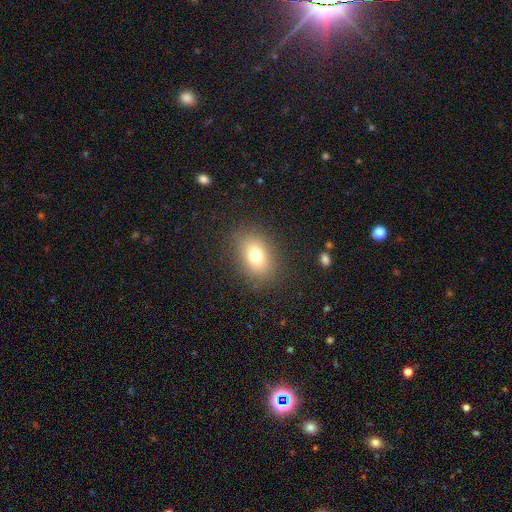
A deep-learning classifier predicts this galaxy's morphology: smooth_or_featured: smooth (p=0.77) [alt: star or artifact p=0.12]
how_rounded: in between (p=0.73) [alt: round p=0.25]
merging: none (p=0.85) [alt: minor disturbance p=0.09]